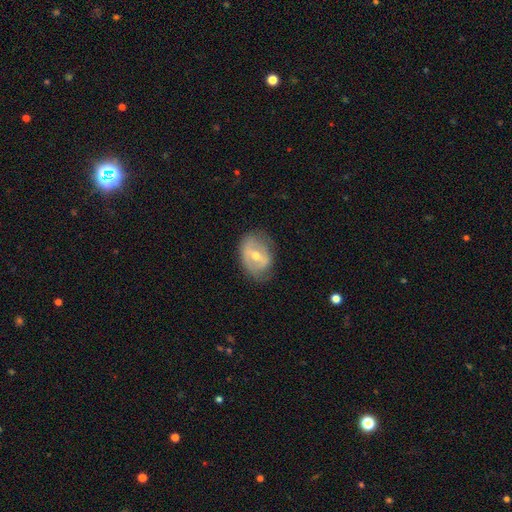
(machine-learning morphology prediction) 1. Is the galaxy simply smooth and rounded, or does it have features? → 64% featured or disk, 29% smooth, 7% star or artifact.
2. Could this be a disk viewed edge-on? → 93% no, 7% yes.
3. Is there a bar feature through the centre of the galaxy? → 42% weak, 38% strong, 20% no.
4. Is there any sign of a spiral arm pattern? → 50% yes (tied), 50% no (tied).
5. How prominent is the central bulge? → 58% moderate, 39% small, 2% large, 1% none, 1% dominant.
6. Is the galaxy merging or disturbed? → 71% none, 20% minor disturbance, 7% major disturbance, 1% merger.